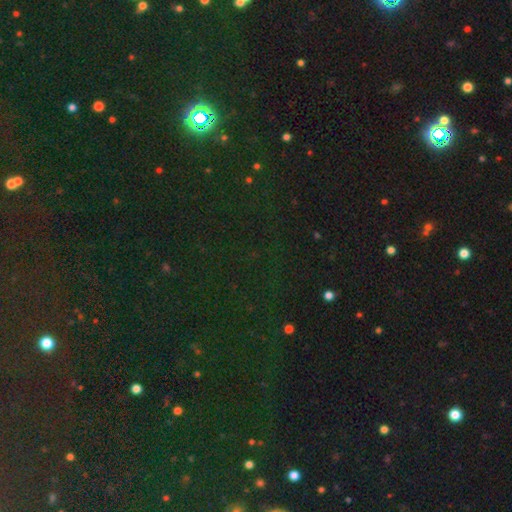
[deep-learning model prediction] This appears to be a star or artifact, not a galaxy (78%).